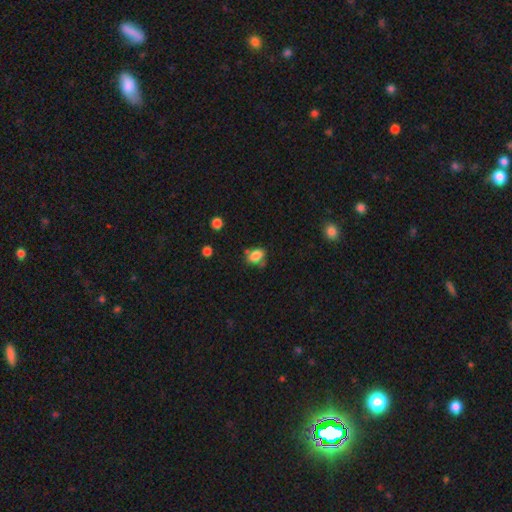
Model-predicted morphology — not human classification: Smooth or featured? Predicted: smooth (p=0.82). How rounded? Predicted: in between (p=0.72). Merging? Predicted: none (p=0.63).